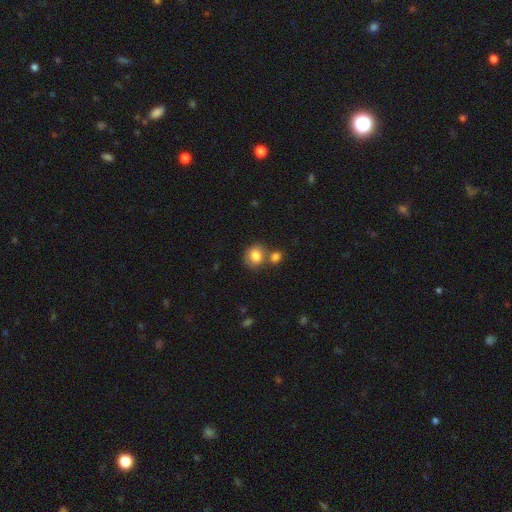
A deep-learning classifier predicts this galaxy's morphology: This is clearly a smooth galaxy (83%). How rounded: likely round (70%). Merging: possibly none (50%).